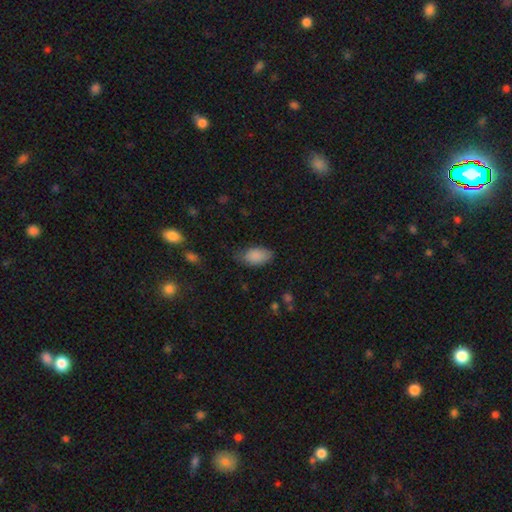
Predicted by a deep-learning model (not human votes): smooth_or_featured: smooth (p=0.87) [alt: star or artifact p=0.07]
how_rounded: in between (p=0.93) [alt: round p=0.05]
merging: none (p=0.62) [alt: minor disturbance p=0.29]